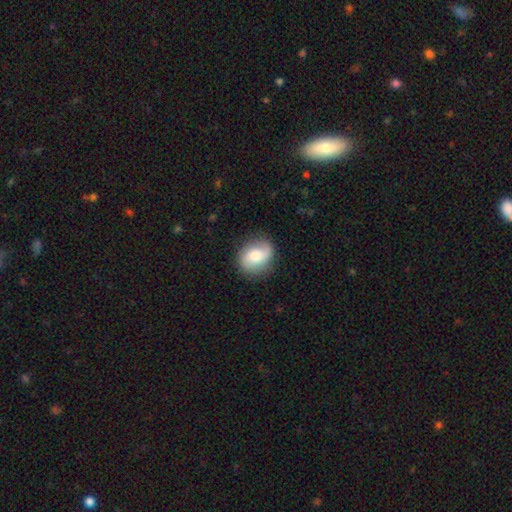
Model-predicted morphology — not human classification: smooth 49%, featured or disk 44%, star or artifact 7%. Down the decision tree: merging — none (81%).